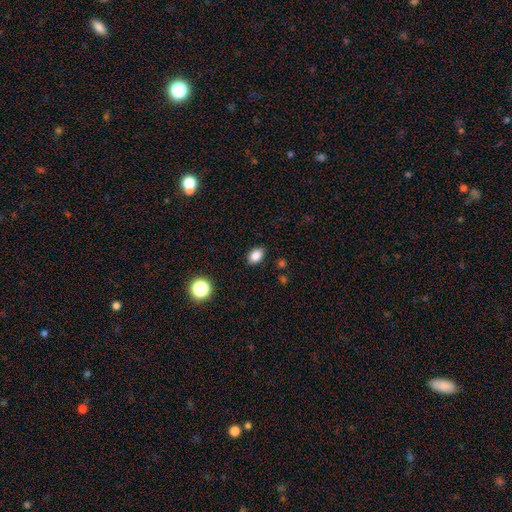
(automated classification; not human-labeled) Smooth or featured? smooth (85%)
How rounded? in between (81%)
Merging? none (87%)